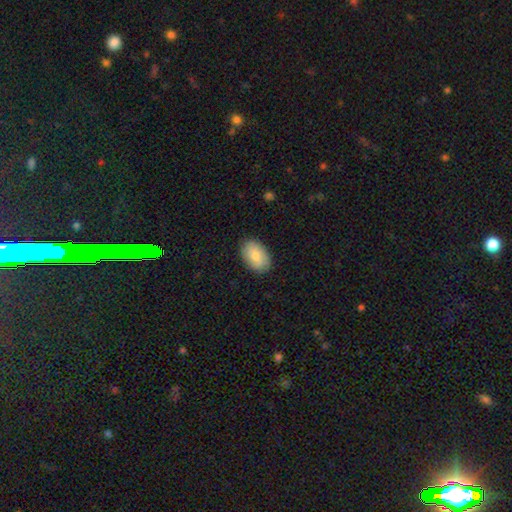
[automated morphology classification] Q: Smooth or featured?
A: smooth (84%); runner-up: featured or disk (10%)
Q: How rounded?
A: in between (91%); runner-up: round (8%)
Q: Merging?
A: none (87%); runner-up: minor disturbance (10%)